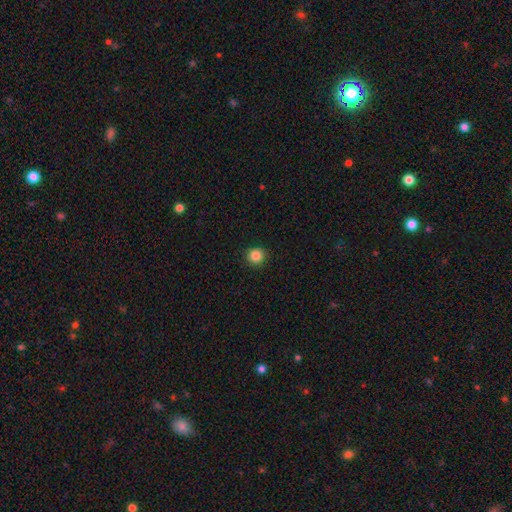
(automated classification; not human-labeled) A smooth galaxy with no disk features (85%) that is round (93%). Merging: none (91%).